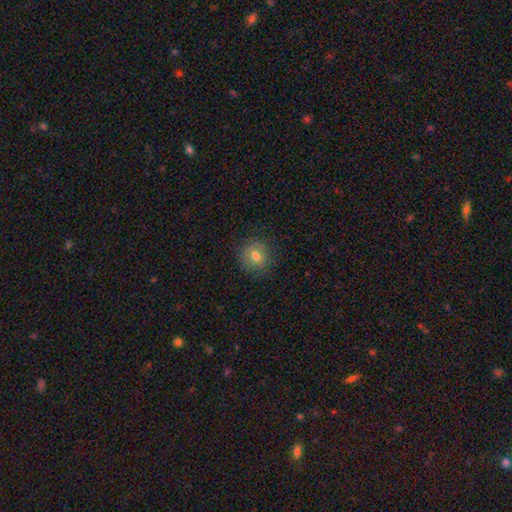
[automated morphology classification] Smooth or featured: smooth — 76% (featured or disk — 13%)
How rounded: round — 84% (in between — 15%)
Merging: none — 86% (minor disturbance — 9%)